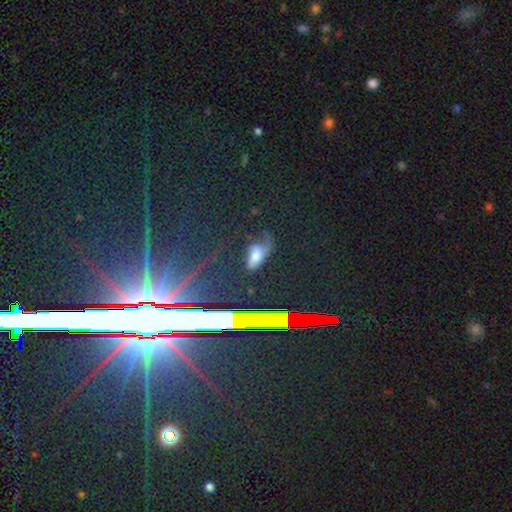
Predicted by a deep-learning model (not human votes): The model was most divided on "smooth or featured" (2-way tie): smooth: 38%, star or artifact: 38%, featured or disk: 25%. More confident: merging — none (63%).